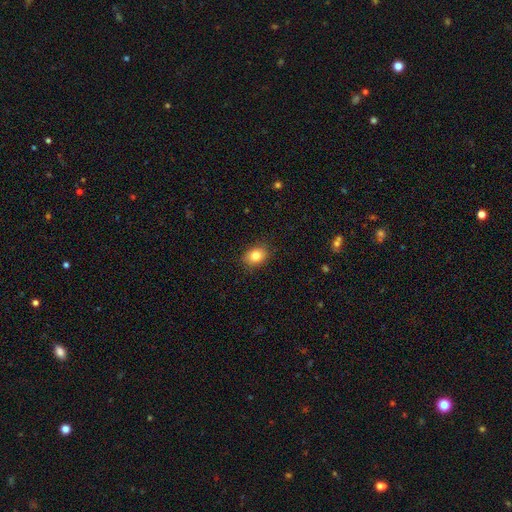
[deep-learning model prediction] This appears to be a smooth galaxy with no disk features (83%) that is in between round and cigar-shaped (59%). Merging: none (87%).